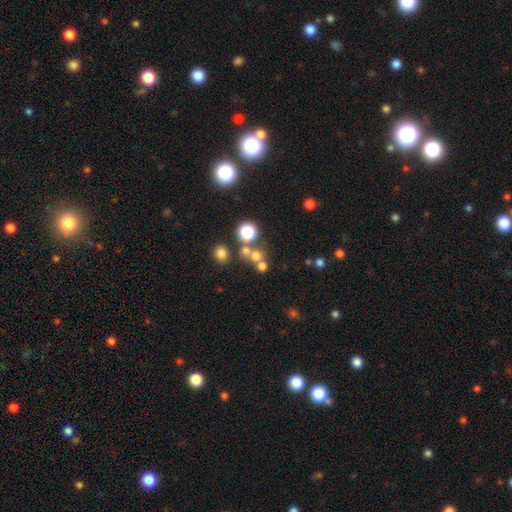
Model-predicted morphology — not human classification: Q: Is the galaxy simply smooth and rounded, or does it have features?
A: smooth — 63%.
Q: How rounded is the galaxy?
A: round — 86%.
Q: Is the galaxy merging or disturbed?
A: none — 56%.